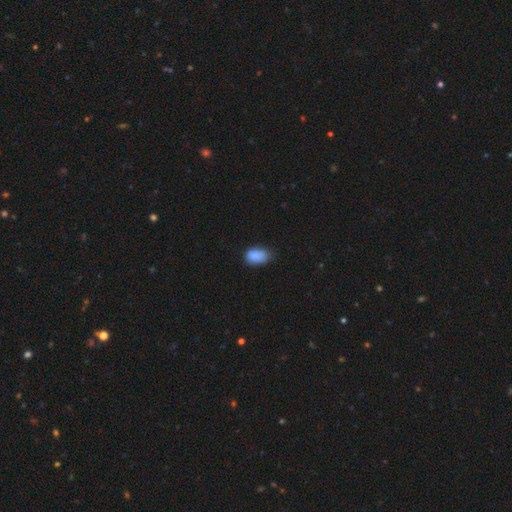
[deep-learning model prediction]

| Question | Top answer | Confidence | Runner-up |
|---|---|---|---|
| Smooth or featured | smooth | 86% | star or artifact (9%) |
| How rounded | in between | 88% | round (11%) |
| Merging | none | 55% | minor disturbance (37%) |